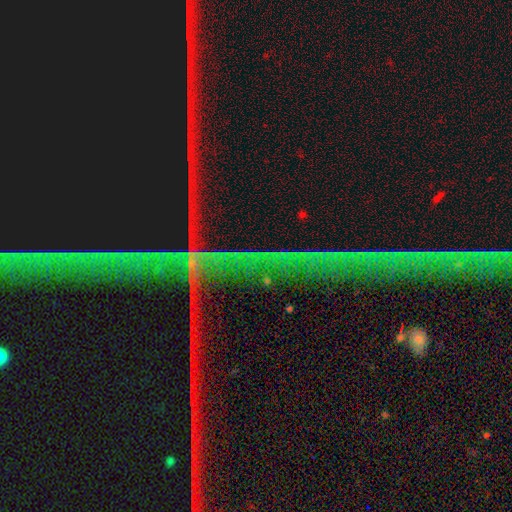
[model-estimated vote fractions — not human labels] Smooth or featured: star or artifact — 79% (featured or disk — 12%)